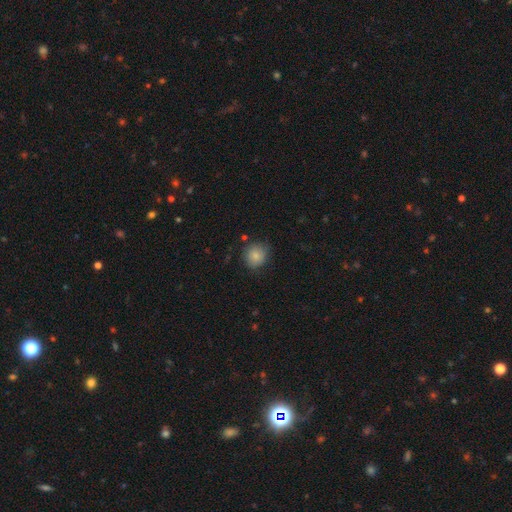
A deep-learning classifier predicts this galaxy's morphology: Overall: smooth (83%). How rounded: round (84%). Merging: none (78%).